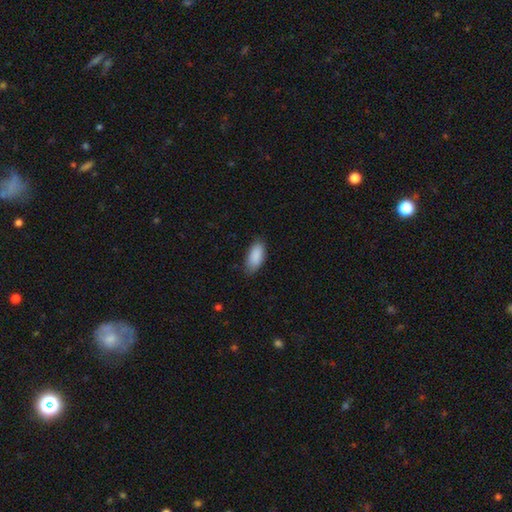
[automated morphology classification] Overall: smooth (90%). How rounded: in between (89%). Merging: none (79%).